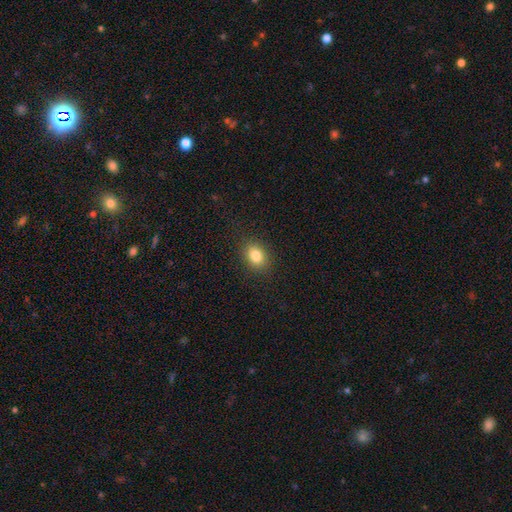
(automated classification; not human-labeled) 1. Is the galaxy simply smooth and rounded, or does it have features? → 83% smooth, 10% star or artifact, 7% featured or disk.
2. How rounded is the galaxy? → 67% in between, 32% round, 1% cigar-shaped.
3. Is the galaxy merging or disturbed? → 87% none, 9% minor disturbance, 3% major disturbance, 1% merger.